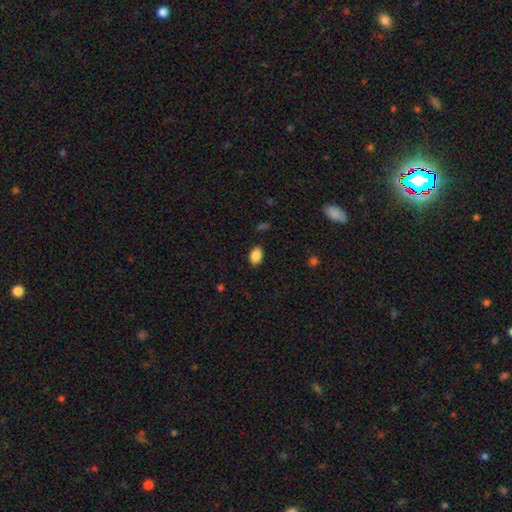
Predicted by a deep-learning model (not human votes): Smooth or featured?
  - smooth: 88% *
  - star or artifact: 8%
  - featured or disk: 4%
How rounded?
  - in between: 88% *
  - round: 11%
  - cigar-shaped: 1%
Merging?
  - none: 87% *
  - minor disturbance: 10%
  - major disturbance: 2%
  - merger: 1%